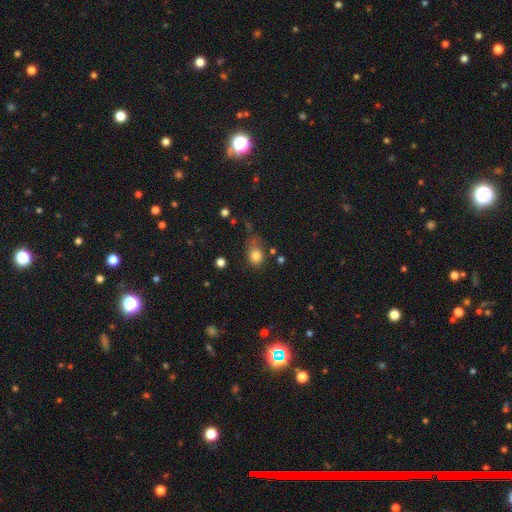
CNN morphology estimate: A smooth galaxy with no disk features (81%) that is round (51%). Merging: none (49%).